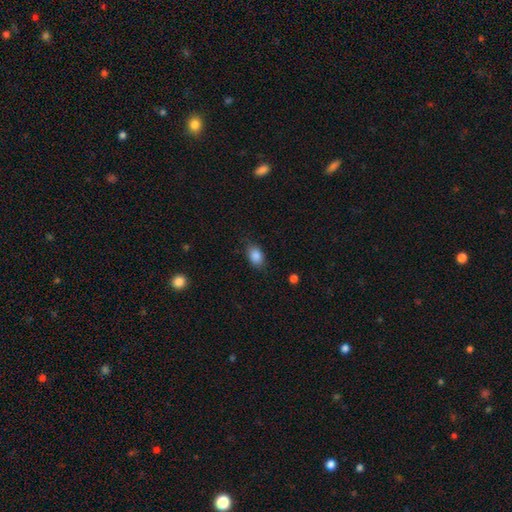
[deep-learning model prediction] Smooth or featured? Predicted: smooth (p=0.87). How rounded? Predicted: in between (p=0.84). Merging? Predicted: none (p=0.80).